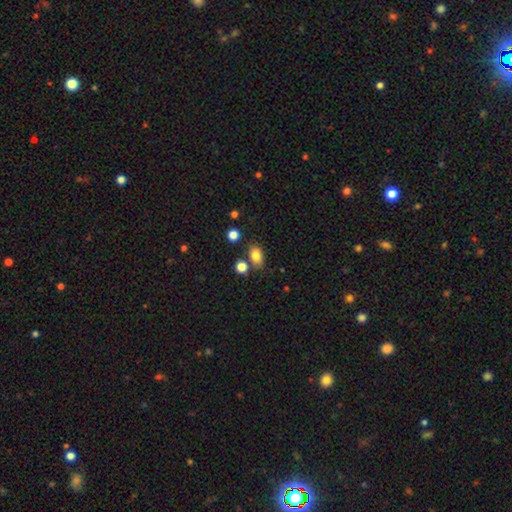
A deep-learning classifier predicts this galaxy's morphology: Smooth or featured: smooth — 82% (star or artifact — 11%)
How rounded: in between — 80% (round — 19%)
Merging: none — 72% (minor disturbance — 13%)